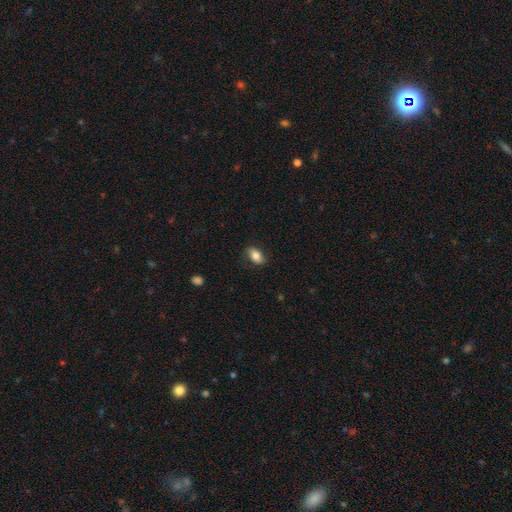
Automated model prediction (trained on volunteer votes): Morphology: type=smooth (82%); roundness=in between (89%); merging=none (82%).